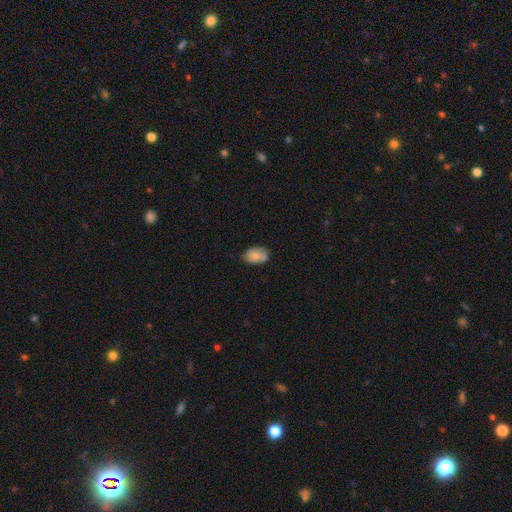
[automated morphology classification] The model was most divided on "merging": none: 71%, minor disturbance: 22%, major disturbance: 4%, merger: 3%. More confident: how rounded — in between (89%); smooth or featured — smooth (80%).